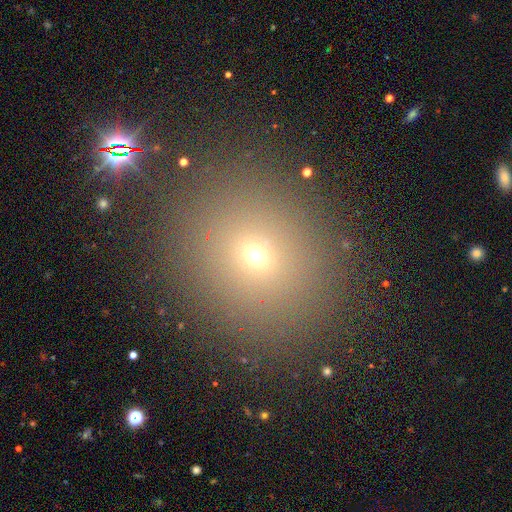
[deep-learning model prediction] Morphology: type=smooth (63%); roundness=round (79%); merging=none (88%).